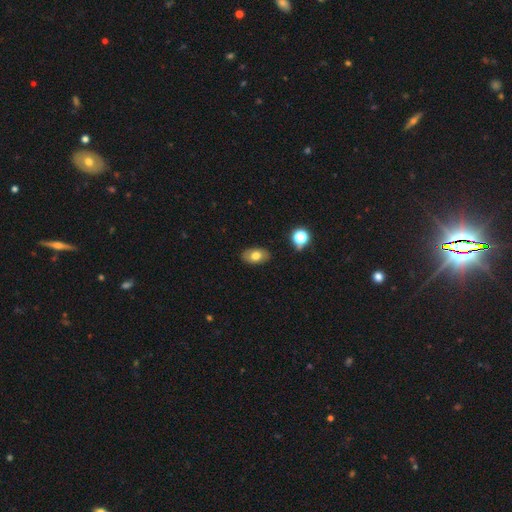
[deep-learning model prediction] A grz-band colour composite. It shows a smooth galaxy with no disk features (74%) that is in between round and cigar-shaped (89%). Merging: none (86%).